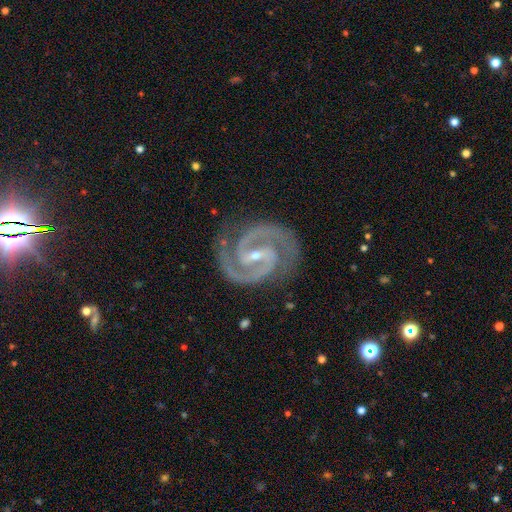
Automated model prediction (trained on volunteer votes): Overall: featured or disk (94%). Edge-on disk: no (98%). Bar: strong (47%; weak 37%). Spiral arms: yes (99%). Spiral arm count: 2 (93%). Spiral winding: medium (50%; tight 45%). Bulge size: small (71%). Merging: none (83%).